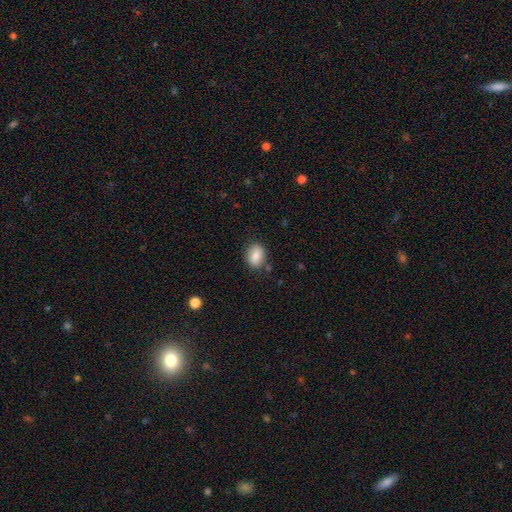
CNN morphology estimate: Q: Smooth or featured?
A: smooth (85%); runner-up: star or artifact (8%)
Q: How rounded?
A: in between (74%); runner-up: round (25%)
Q: Merging?
A: none (82%); runner-up: minor disturbance (12%)